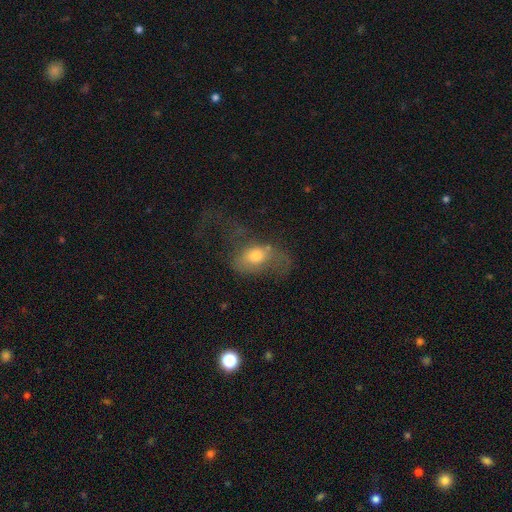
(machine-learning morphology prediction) smooth 55%, featured or disk 35%, star or artifact 10%. Down the decision tree: how rounded — in between (76%); merging — major disturbance (54%).